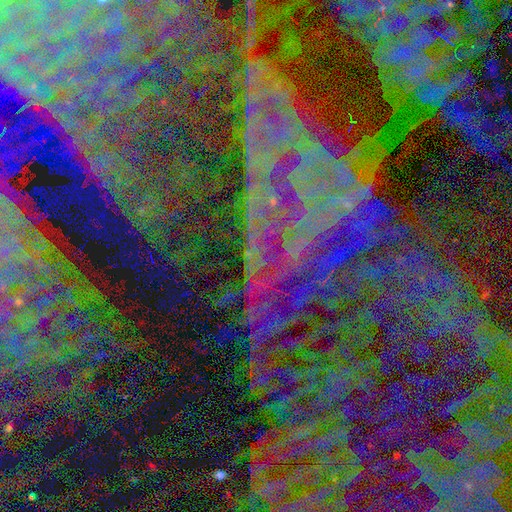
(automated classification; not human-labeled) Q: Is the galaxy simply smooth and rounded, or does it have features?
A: star or artifact — 87%.